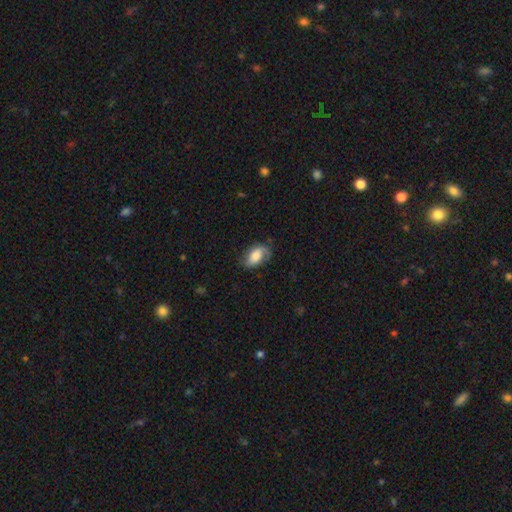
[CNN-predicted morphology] smooth-or-featured: smooth: 53% | featured or disk: 39% | star or artifact: 8%
  how-rounded: in between: 90% | round: 8% | cigar-shaped: 2%
  merging: none: 67% | minor disturbance: 23% | major disturbance: 8% | merger: 1%